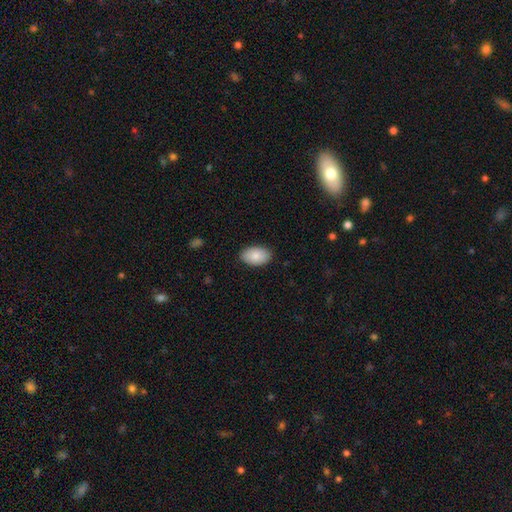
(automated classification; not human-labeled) This is clearly a smooth galaxy (86%). How rounded: clearly in between (93%). Merging: clearly none (87%).